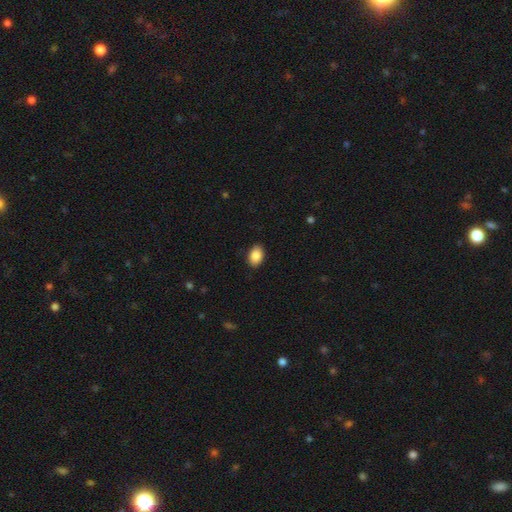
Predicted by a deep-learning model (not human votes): smooth_or_featured: smooth (p=0.88) [alt: star or artifact p=0.07]
how_rounded: in between (p=0.85) [alt: round p=0.14]
merging: none (p=0.88) [alt: minor disturbance p=0.09]